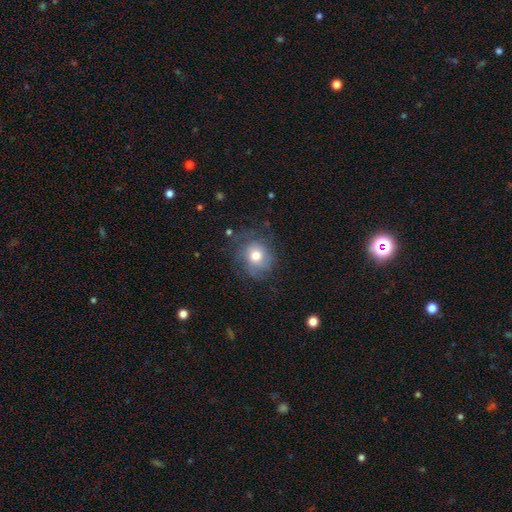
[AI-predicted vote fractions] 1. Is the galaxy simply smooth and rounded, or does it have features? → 64% smooth, 25% featured or disk, 11% star or artifact.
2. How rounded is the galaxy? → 74% round, 25% in between, 1% cigar-shaped.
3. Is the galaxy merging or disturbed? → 64% none, 21% minor disturbance, 13% major disturbance, 2% merger.